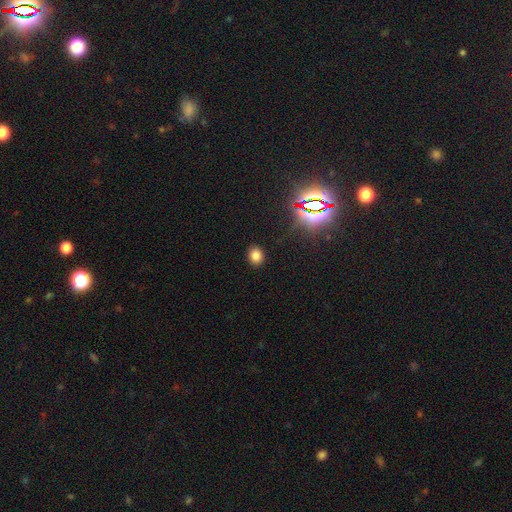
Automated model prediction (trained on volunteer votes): smooth-or-featured: smooth: 78% | star or artifact: 17% | featured or disk: 5%
  how-rounded: round: 59% | in between: 40% | cigar-shaped: 1%
  merging: none: 90% | minor disturbance: 6% | major disturbance: 2% | merger: 1%